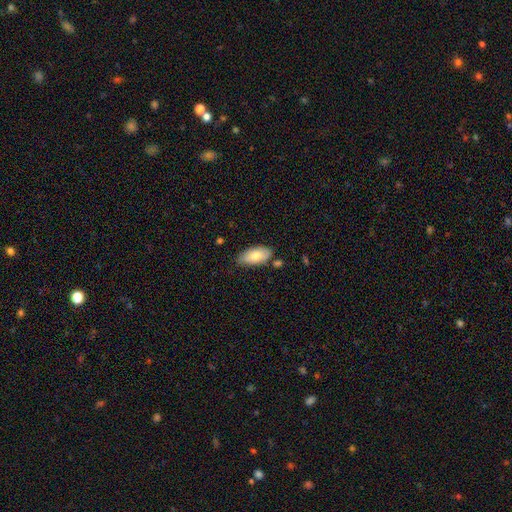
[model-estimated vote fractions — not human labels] A smooth galaxy with no disk features (77%) that is in between round and cigar-shaped (92%). Merging: none (74%).